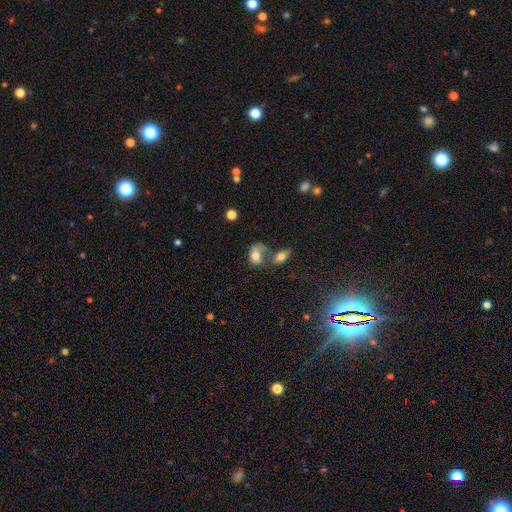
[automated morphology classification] smooth 73%, featured or disk 19%, star or artifact 9%. Down the decision tree: how rounded — in between (77%); merging — merger (47%).